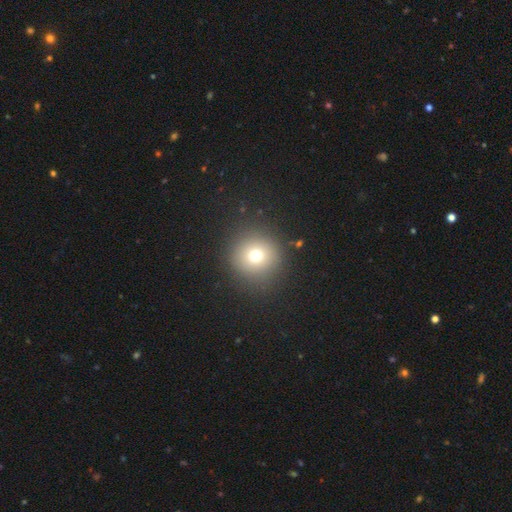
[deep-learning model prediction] Smooth or featured?
  - smooth: 71% *
  - star or artifact: 18%
  - featured or disk: 11%
How rounded?
  - round: 94% *
  - in between: 5%
  - cigar-shaped: 1%
Merging?
  - none: 89% *
  - minor disturbance: 6%
  - major disturbance: 4%
  - merger: 2%